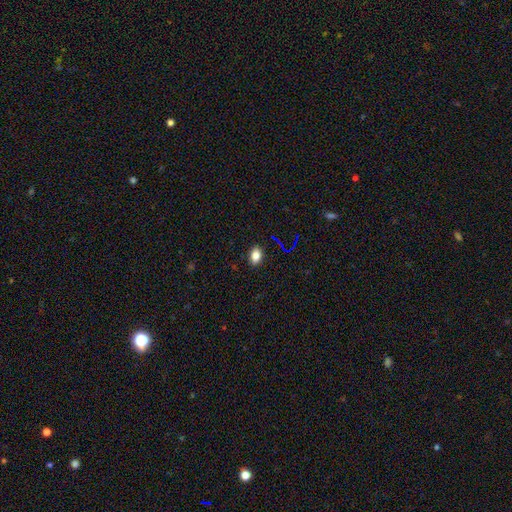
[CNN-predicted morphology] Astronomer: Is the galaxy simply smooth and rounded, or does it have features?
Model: smooth — 80%.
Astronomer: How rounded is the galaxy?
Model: in between — 83%.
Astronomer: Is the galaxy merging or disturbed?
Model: none — 87%.